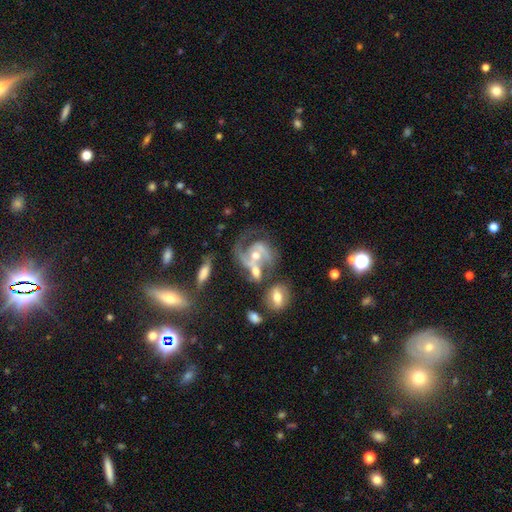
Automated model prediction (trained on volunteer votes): Smooth or featured: featured or disk — 84% (smooth — 10%)
Edge-on disk: no — 97% (yes — 3%)
Bar: no — 44% (weak — 36%)
Spiral arms: yes — 94% (no — 6%)
Spiral winding: medium — 54% (tight — 23%)
Spiral arm count: 2 — 72% (1 — 14%)
Bulge size: moderate — 68% (small — 23%)
Merging: merger — 36% (none — 32%)